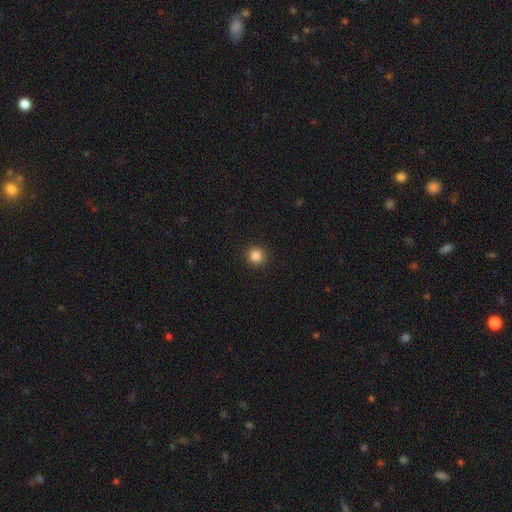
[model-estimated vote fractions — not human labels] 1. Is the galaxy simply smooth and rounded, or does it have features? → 85% smooth, 11% star or artifact, 4% featured or disk.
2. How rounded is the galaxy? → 93% round, 6% in between, 1% cigar-shaped.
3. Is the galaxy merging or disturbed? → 92% none, 5% minor disturbance, 2% major disturbance, 1% merger.